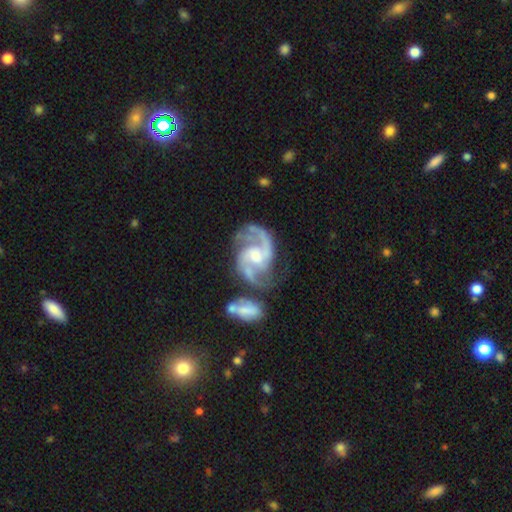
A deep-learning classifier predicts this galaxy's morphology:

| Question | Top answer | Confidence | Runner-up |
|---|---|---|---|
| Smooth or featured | featured or disk | 92% | star or artifact (5%) |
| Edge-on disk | no | 98% | yes (2%) |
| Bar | weak | 46% | no (40%) |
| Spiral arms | yes | 98% | no (2%) |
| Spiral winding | medium | 61% | loose (21%) |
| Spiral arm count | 2 | 85% | 3 (6%) |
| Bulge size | moderate | 54% | small (32%) |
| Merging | none | 54% | minor disturbance (18%) |